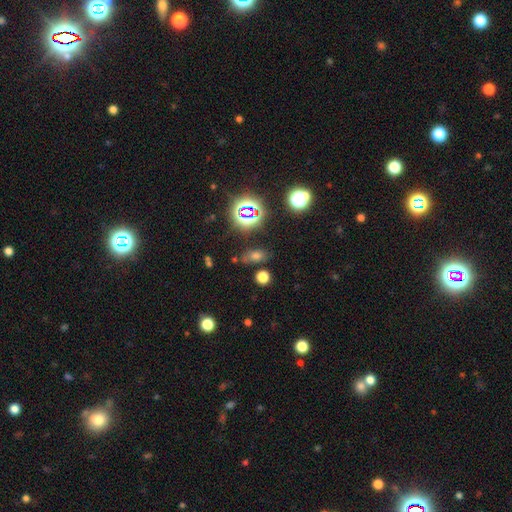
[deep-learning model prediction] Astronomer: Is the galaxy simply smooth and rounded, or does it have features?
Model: smooth — 57% (runner-up: star or artifact, 34%).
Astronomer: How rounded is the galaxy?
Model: in between — 74%.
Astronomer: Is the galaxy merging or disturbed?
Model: none — 76%.